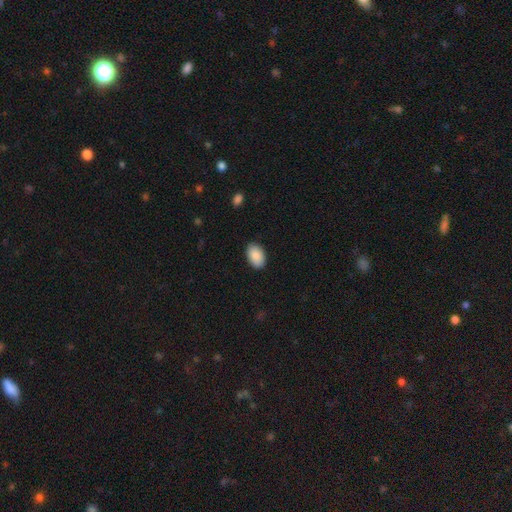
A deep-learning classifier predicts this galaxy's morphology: Smooth or featured? Predicted: smooth (p=0.90). How rounded? Predicted: in between (p=0.93). Merging? Predicted: none (p=0.88).